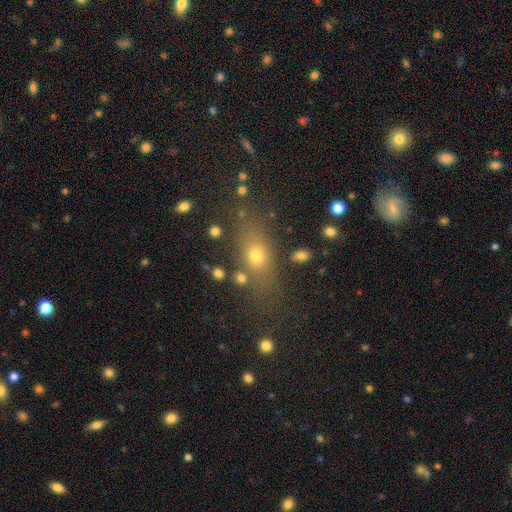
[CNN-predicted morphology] This is likely a smooth galaxy (64%). How rounded: possibly in between (57%). Merging: likely none (73%).